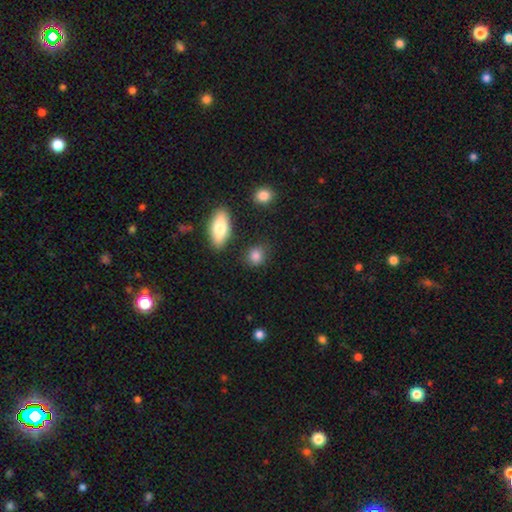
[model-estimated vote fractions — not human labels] A smooth galaxy with no disk features (85%) that is round (65%).

Vote fractions:
- Smooth or featured? smooth: 85% / star or artifact: 9% / featured or disk: 6%
- How rounded? round: 65% / in between: 33% / cigar-shaped: 3%
- Merging? none: 80% / minor disturbance: 12% / merger: 4% / major disturbance: 3%